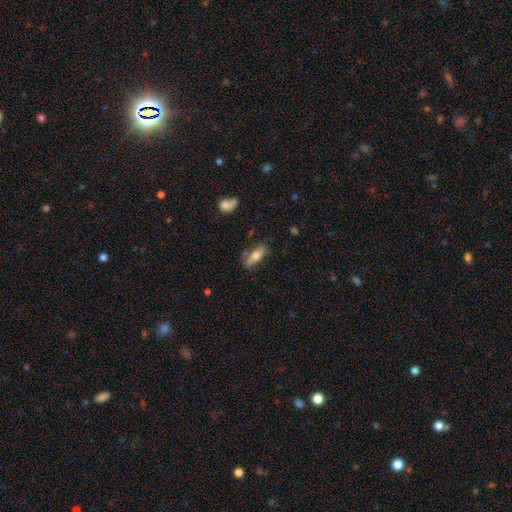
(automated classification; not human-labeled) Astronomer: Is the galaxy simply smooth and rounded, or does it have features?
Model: smooth — 61%.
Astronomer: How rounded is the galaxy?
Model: in between — 57% (runner-up: cigar-shaped, 40%).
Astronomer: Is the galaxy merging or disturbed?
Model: none — 71%.